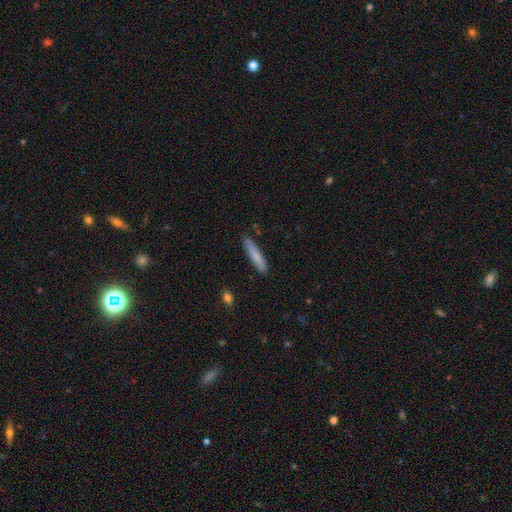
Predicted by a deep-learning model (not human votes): Smooth or featured? Predicted: smooth (p=0.79). How rounded? Predicted: cigar-shaped (p=0.90). Merging? Predicted: none (p=0.88).